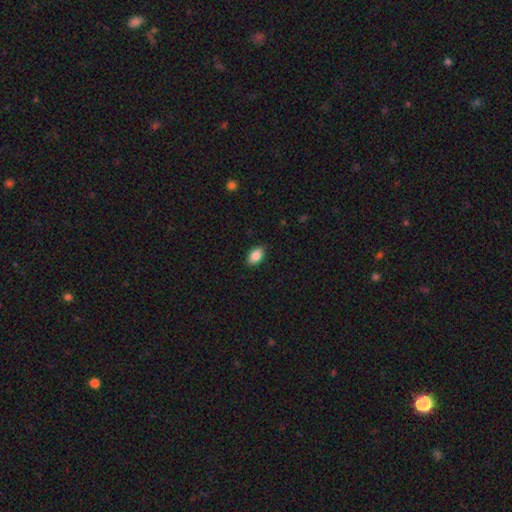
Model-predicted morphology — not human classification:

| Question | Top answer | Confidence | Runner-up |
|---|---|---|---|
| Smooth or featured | smooth | 87% | star or artifact (7%) |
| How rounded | in between | 92% | round (6%) |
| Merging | none | 88% | minor disturbance (9%) |